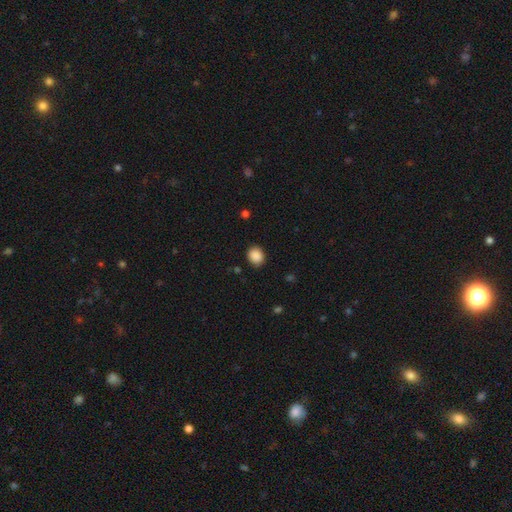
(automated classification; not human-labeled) Overall: smooth (89%). How rounded: round (66%; in between 33%). Merging: none (86%).